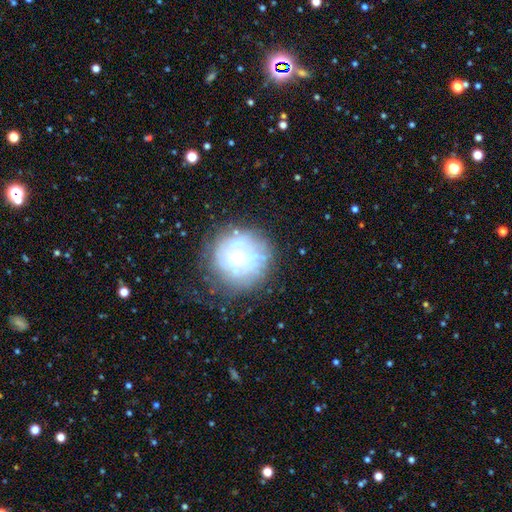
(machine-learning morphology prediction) Overall: featured or disk (54%; smooth 36%). Edge-on disk: no (97%). Bar: no (71%). Spiral arms: no (62%; yes 38%). Bulge size: moderate (35%, tied with small). Merging: none (64%).